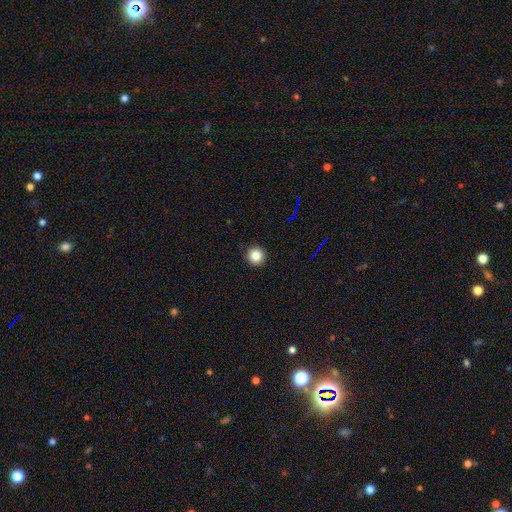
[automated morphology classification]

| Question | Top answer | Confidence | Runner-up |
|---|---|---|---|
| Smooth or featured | smooth | 85% | star or artifact (11%) |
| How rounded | round | 95% | in between (4%) |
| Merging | none | 92% | minor disturbance (6%) |